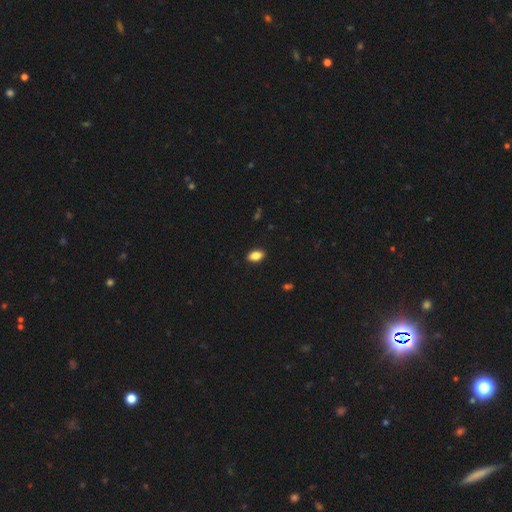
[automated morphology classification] This appears to be a smooth galaxy with no disk features (83%) that is in between round and cigar-shaped (89%). Merging: none (89%).